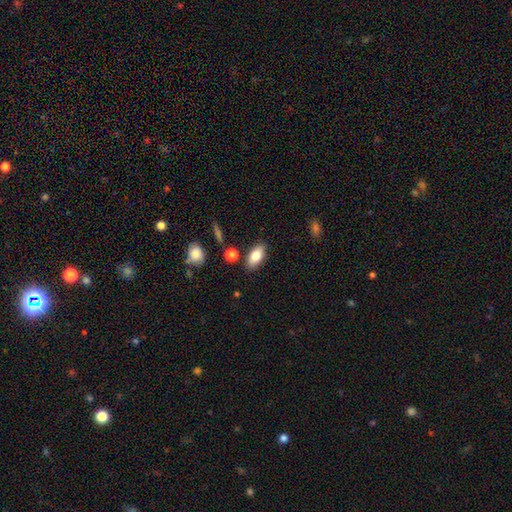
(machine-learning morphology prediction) Q: Smooth or featured?
A: smooth (79%); runner-up: featured or disk (13%)
Q: How rounded?
A: in between (88%); runner-up: cigar-shaped (9%)
Q: Merging?
A: none (83%); runner-up: minor disturbance (10%)